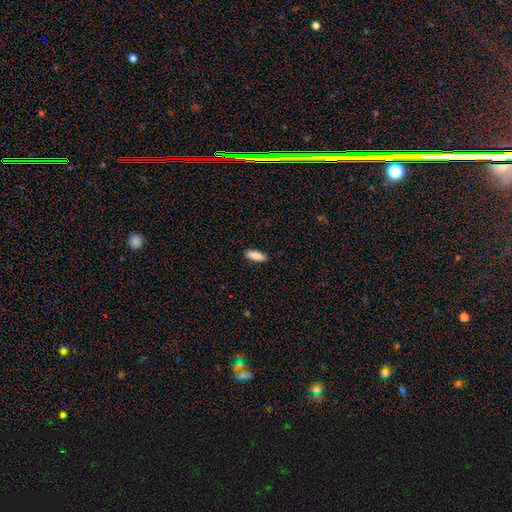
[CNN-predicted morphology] Smooth or featured: smooth — 87% (star or artifact — 6%)
How rounded: in between — 68% (cigar-shaped — 30%)
Merging: none — 86% (minor disturbance — 11%)